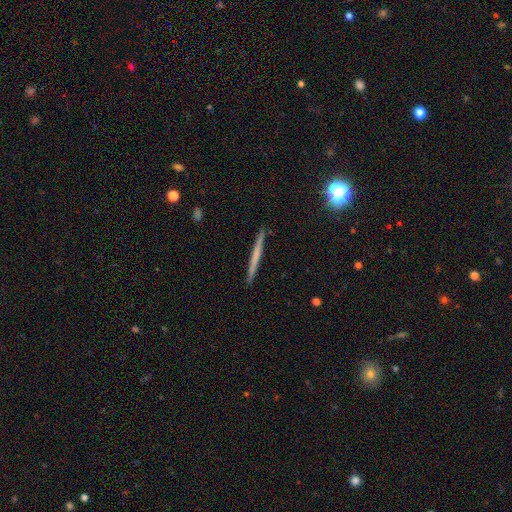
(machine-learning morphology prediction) Overall: smooth (49%; featured or disk 44%). Merging: none (92%).